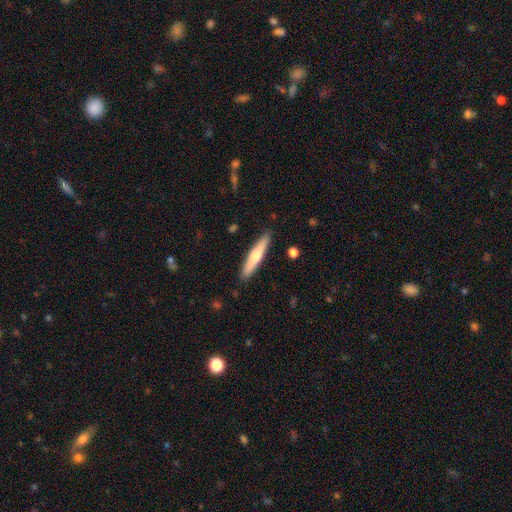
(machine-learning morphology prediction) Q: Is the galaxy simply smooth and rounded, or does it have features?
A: smooth — 54%.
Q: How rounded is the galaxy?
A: cigar-shaped — 89%.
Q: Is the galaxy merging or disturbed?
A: none — 89%.